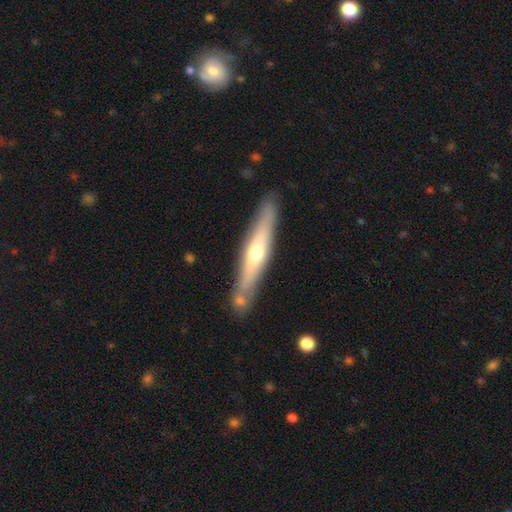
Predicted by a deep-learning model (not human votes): The model was most divided on "smooth or featured": featured or disk: 59%, smooth: 35%, star or artifact: 6%. More confident: edge-on disk — yes (90%); edge-on bulge — rounded (83%); merging — none (81%).